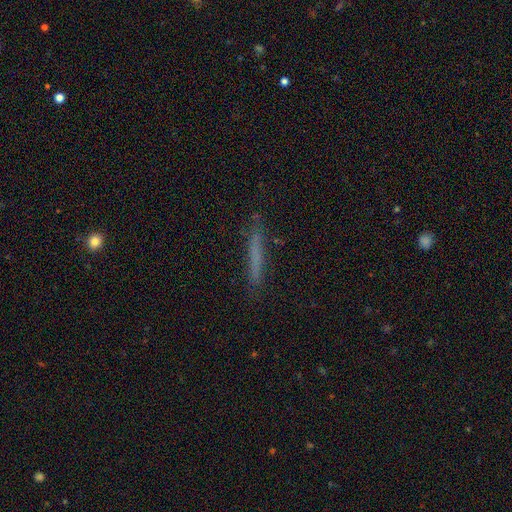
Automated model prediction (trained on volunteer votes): smooth 63%, featured or disk 28%, star or artifact 9%. Down the decision tree: how rounded — cigar-shaped (96%); merging — none (85%).